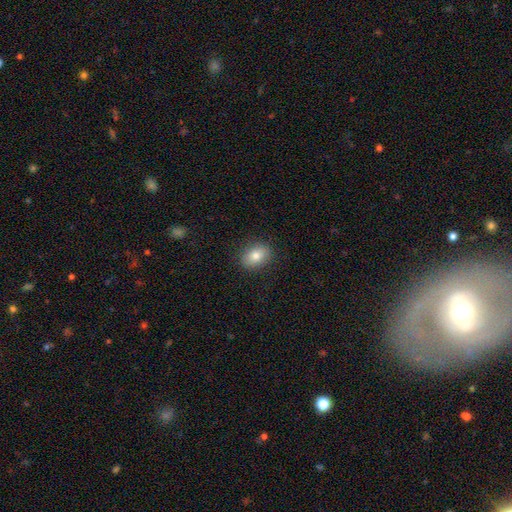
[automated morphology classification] type=smooth (81%); roundness=in between (70%); merging=none (88%).